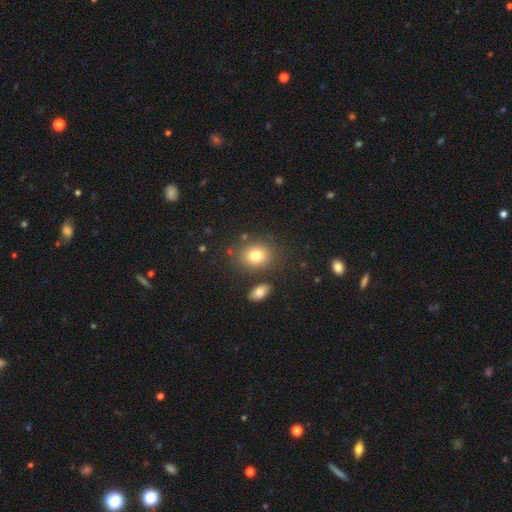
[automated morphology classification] A smooth galaxy with no disk features (78%) that is round (60%).

Vote fractions:
- Smooth or featured? smooth: 78% / star or artifact: 11% / featured or disk: 10%
- How rounded? round: 60% / in between: 39% / cigar-shaped: 1%
- Merging? none: 78% / minor disturbance: 10% / merger: 7% / major disturbance: 4%